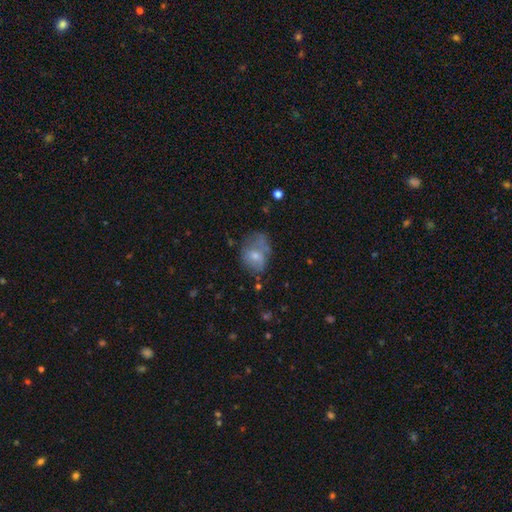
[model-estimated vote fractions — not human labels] Smooth or featured? Predicted: smooth (p=0.62). How rounded? Predicted: in between (p=0.66). Merging? Predicted: none (p=0.34).